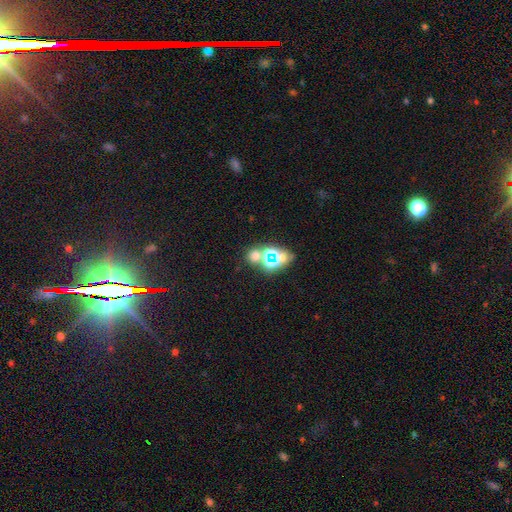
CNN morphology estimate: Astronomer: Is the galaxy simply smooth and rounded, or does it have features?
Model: smooth — 46% (runner-up: star or artifact, 44%).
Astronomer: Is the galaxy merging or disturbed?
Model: none — 60%.